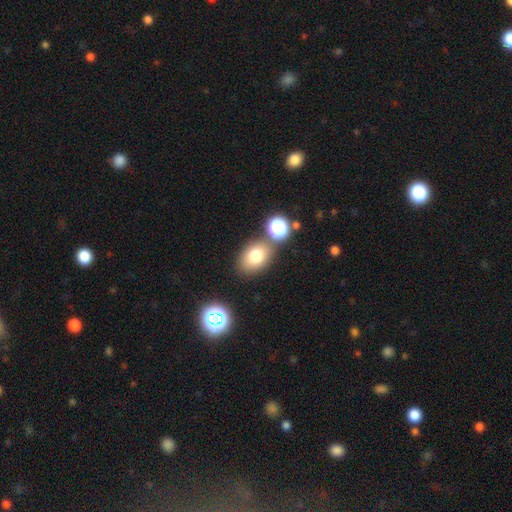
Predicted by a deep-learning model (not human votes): Q: Smooth or featured?
A: smooth (76%); runner-up: star or artifact (12%)
Q: How rounded?
A: in between (72%); runner-up: round (26%)
Q: Merging?
A: none (72%); runner-up: minor disturbance (12%)